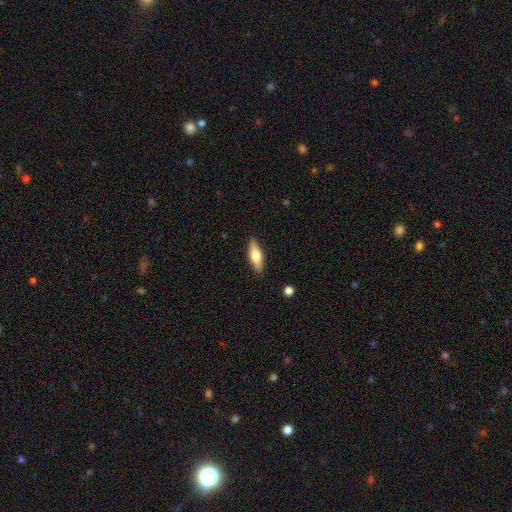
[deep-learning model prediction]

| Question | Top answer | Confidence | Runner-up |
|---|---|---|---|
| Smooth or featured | smooth | 63% | featured or disk (31%) |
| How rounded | in between | 56% | cigar-shaped (42%) |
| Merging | none | 88% | minor disturbance (9%) |